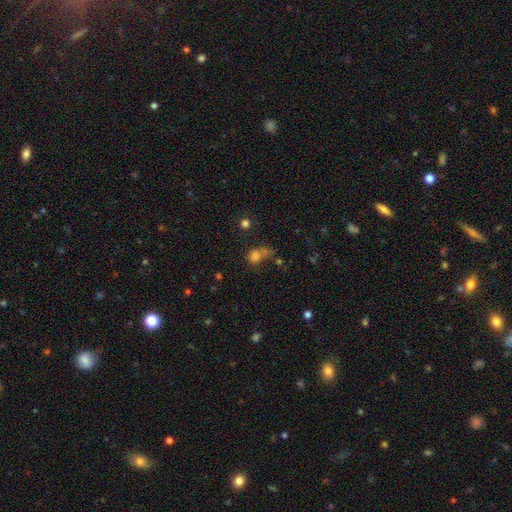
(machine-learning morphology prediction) smooth_or_featured: smooth (p=0.69) [alt: star or artifact p=0.21]
how_rounded: round (p=0.62) [alt: in between p=0.36]
merging: none (p=0.42) [alt: merger p=0.28]